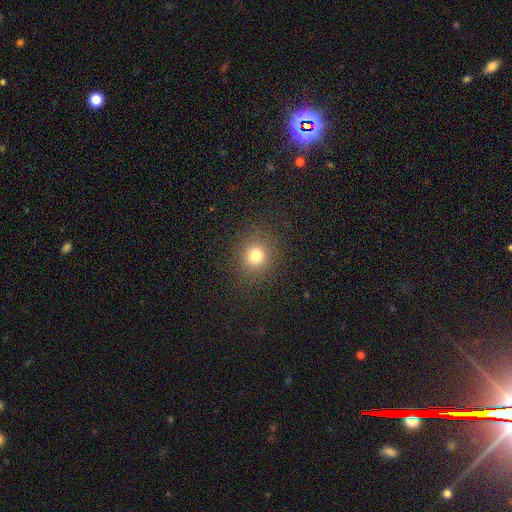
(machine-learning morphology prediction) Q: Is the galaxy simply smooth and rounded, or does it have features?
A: smooth — 76%.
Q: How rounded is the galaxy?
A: round — 83%.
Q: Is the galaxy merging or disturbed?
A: none — 88%.